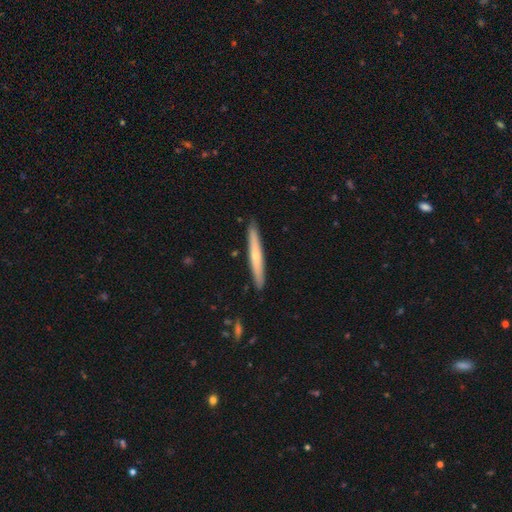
Smooth or featured: smooth — 53% (featured or disk — 45%)
How rounded: cigar-shaped — 100%
Merging: none — 95% (minor disturbance — 5%)